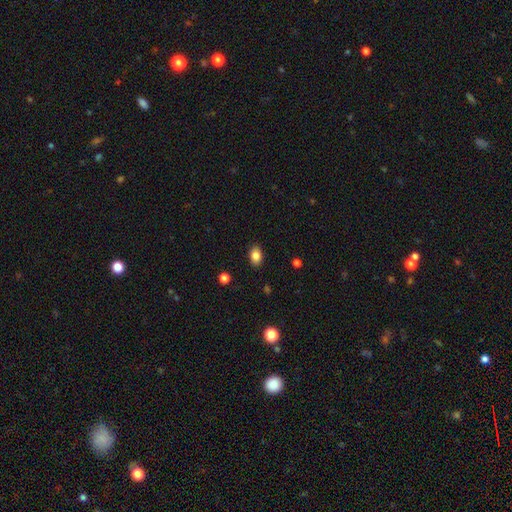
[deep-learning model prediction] smooth-or-featured: smooth: 84% | star or artifact: 9% | featured or disk: 7%
  how-rounded: in between: 85% | round: 14% | cigar-shaped: 1%
  merging: none: 88% | minor disturbance: 8% | major disturbance: 2% | merger: 1%